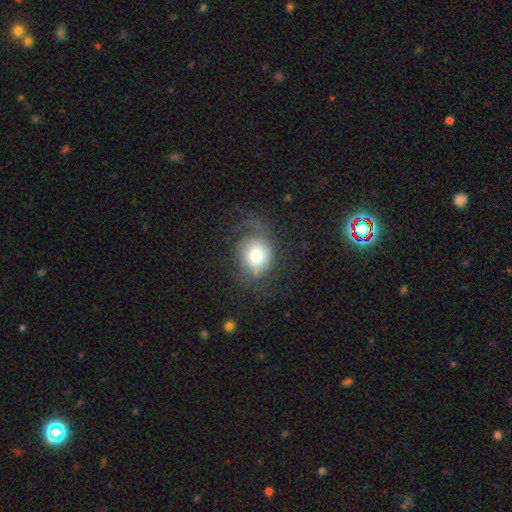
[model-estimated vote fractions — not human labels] This is possibly a smooth galaxy (47%). Merging: possibly none (48%).